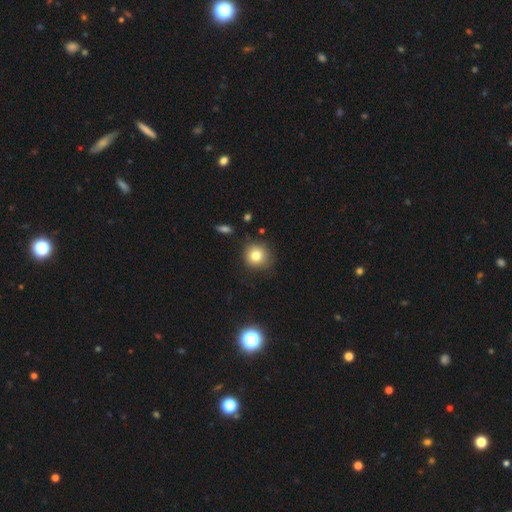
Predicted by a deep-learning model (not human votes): Morphology: type=smooth (79%); roundness=round (91%); merging=none (83%).